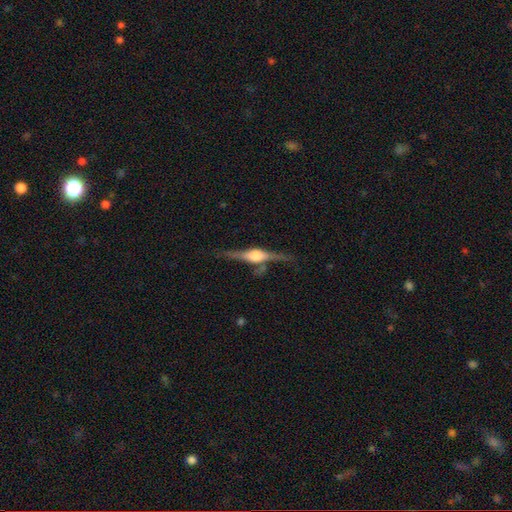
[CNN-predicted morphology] The model was most divided on "merging": none: 78%, minor disturbance: 14%, major disturbance: 5%, merger: 4%. More confident: edge-on disk — yes (97%); edge-on bulge — rounded (86%); smooth or featured — featured or disk (83%).